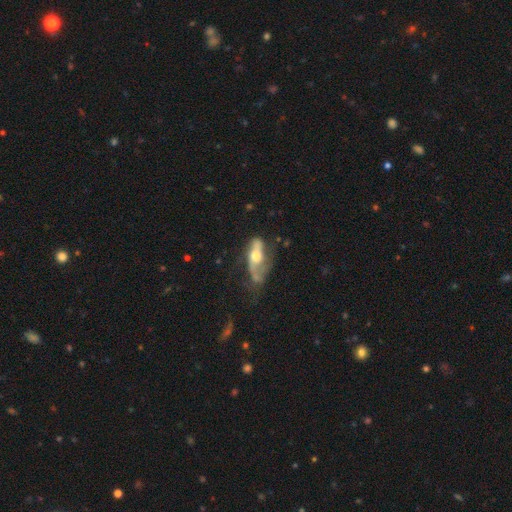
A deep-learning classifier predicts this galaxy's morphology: The model was most divided on "merging": major disturbance: 35%, none: 31%, minor disturbance: 27%, merger: 7%. More confident: edge-on disk — no (78%); smooth or featured — featured or disk (63%).